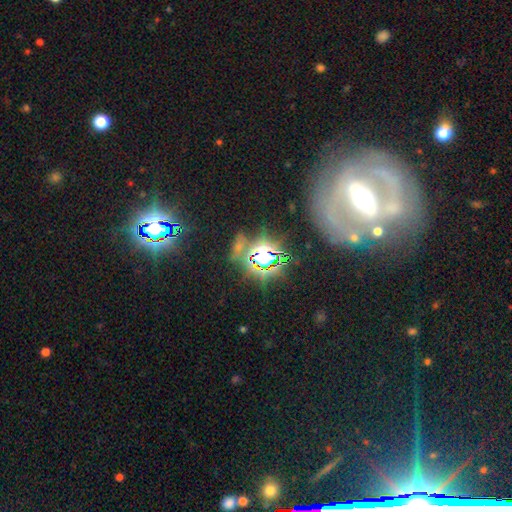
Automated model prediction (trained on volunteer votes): Morphology: type=featured or disk (57%); edge-on=no (76%); merging=none (71%).